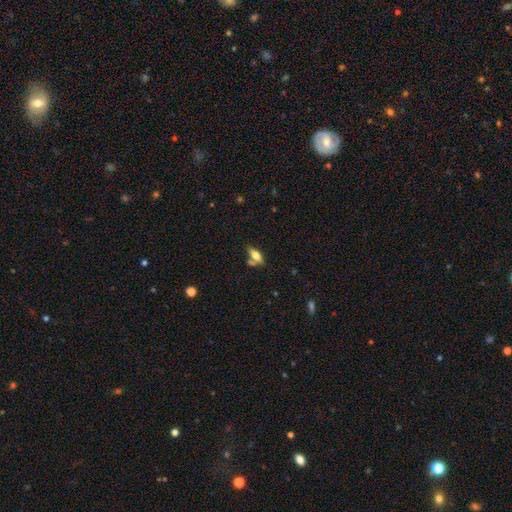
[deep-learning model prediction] smooth 57%, featured or disk 34%, star or artifact 9%. Down the decision tree: how rounded — in between (67%); merging — none (56%).